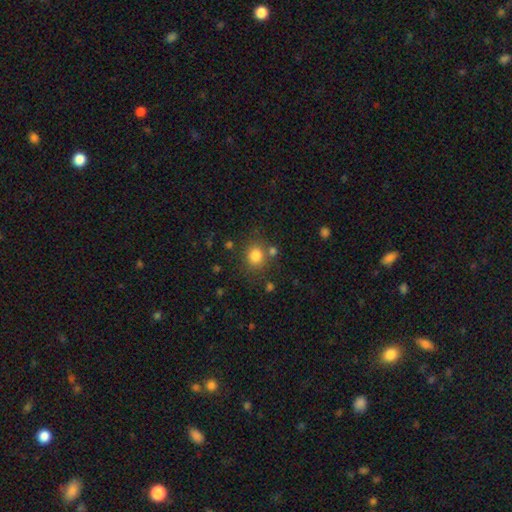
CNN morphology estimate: This appears to be a smooth galaxy with no disk features (81%) that is round (76%). Merging: none (74%).